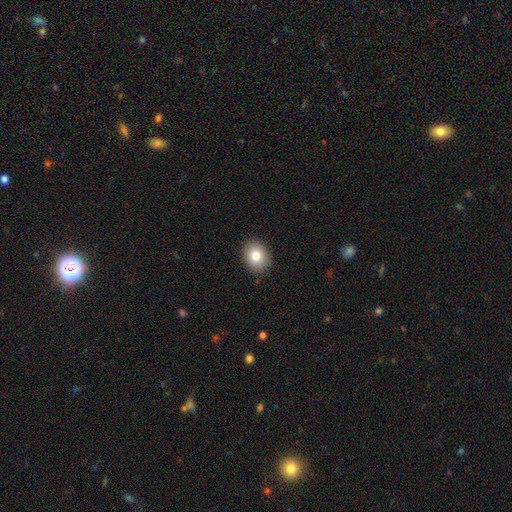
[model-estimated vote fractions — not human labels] This appears to be a smooth galaxy with no disk features (80%) that is round (52%). Merging: none (89%).